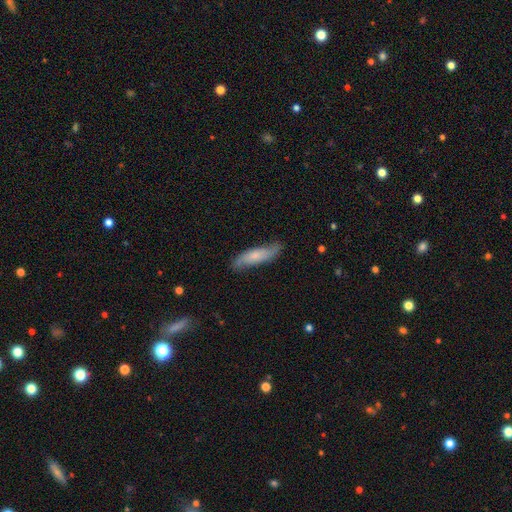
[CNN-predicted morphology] type=smooth (53%); roundness=cigar-shaped (67%); merging=none (75%).